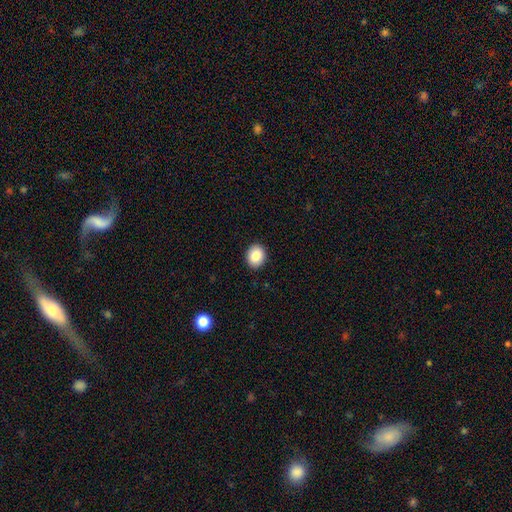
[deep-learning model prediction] The model was most divided on "how rounded": round: 57%, in between: 42%, cigar-shaped: 1%. More confident: merging — none (91%); smooth or featured — smooth (86%).